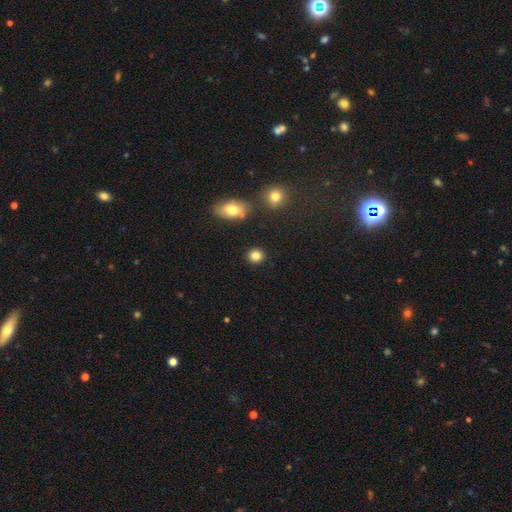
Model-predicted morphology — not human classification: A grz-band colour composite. It shows a smooth galaxy with no disk features (85%) that is round (80%). Merging: none (89%).